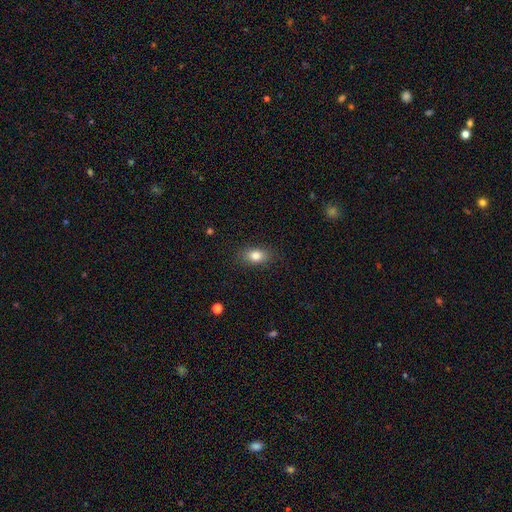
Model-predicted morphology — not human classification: type=smooth (83%); roundness=in between (83%); merging=none (85%).